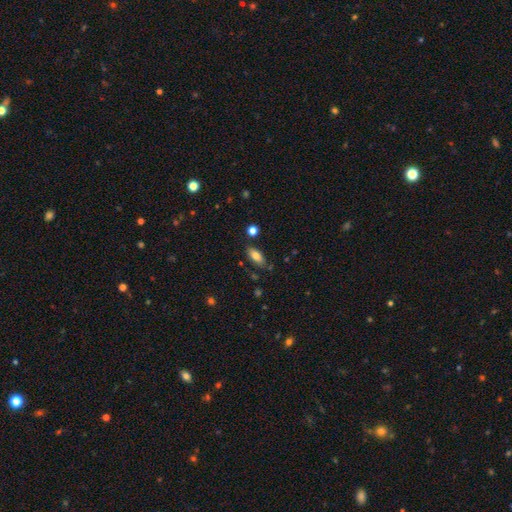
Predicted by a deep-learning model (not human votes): Overall: smooth (79%). How rounded: in between (83%). Merging: none (78%).